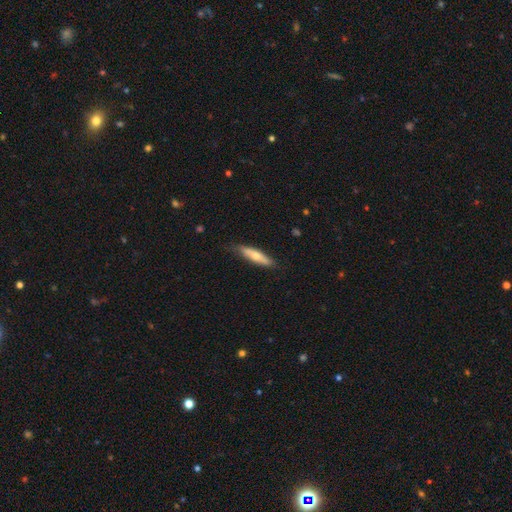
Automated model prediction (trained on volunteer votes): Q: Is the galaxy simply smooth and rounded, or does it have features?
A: smooth — 58%.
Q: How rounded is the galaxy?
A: cigar-shaped — 73%.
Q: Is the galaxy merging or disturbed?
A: none — 77%.